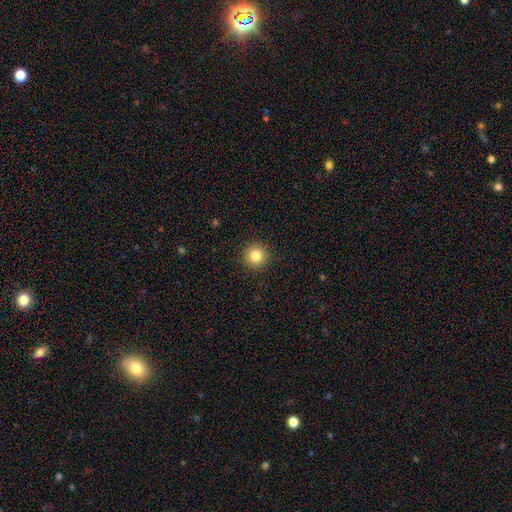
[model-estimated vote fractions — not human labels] Smooth or featured: smooth — 83% (star or artifact — 11%)
How rounded: round — 95% (in between — 4%)
Merging: none — 92% (minor disturbance — 5%)